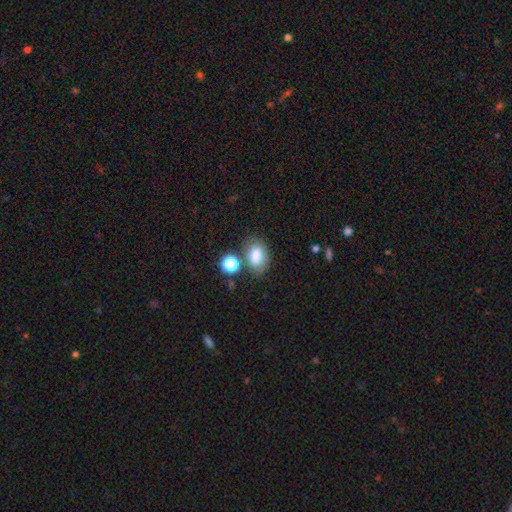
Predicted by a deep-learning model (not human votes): Morphology: type=smooth (79%); roundness=in between (82%); merging=none (66%).